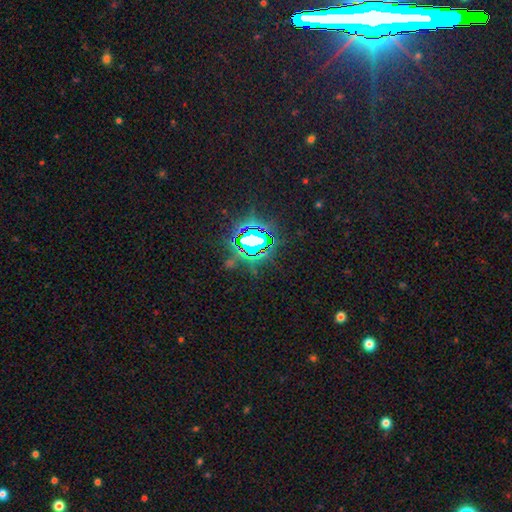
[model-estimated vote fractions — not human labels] Smooth or featured?
  - star or artifact: 83% *
  - smooth: 9%
  - featured or disk: 8%